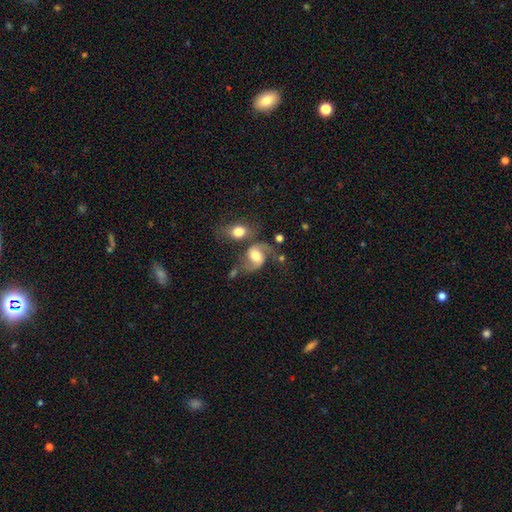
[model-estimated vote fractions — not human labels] Smooth or featured? Predicted: featured or disk (p=0.75). Edge-on disk? Predicted: no (p=0.97). Bar? Predicted: weak (p=0.42). Spiral arms? Predicted: yes (p=0.93). Spiral winding? Predicted: medium (p=0.47). Spiral arm count? Predicted: 2 (p=0.89). Bulge size? Predicted: moderate (p=0.54). Merging? Predicted: none (p=0.44).